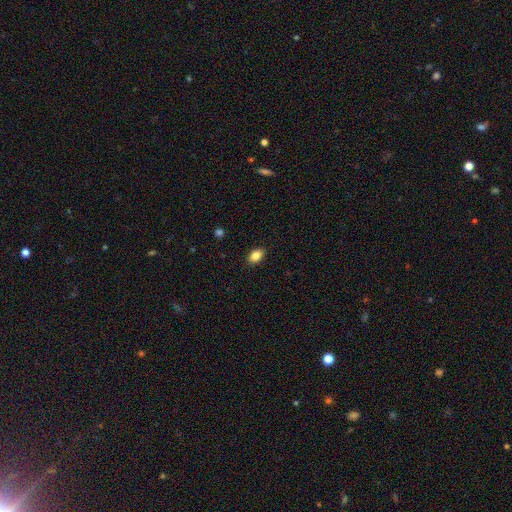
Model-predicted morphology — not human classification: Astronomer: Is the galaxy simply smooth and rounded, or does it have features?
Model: smooth — 86%.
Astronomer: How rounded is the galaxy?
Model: in between — 86%.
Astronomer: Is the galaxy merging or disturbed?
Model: none — 89%.